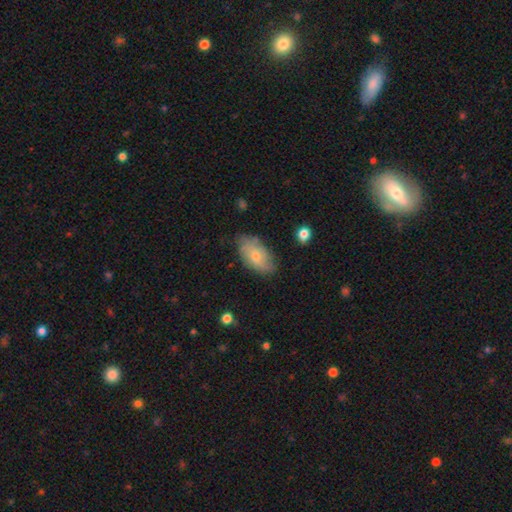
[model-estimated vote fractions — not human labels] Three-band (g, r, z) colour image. It shows a smooth galaxy with no disk features (63%) that is in between round and cigar-shaped (93%). Merging: none (75%).